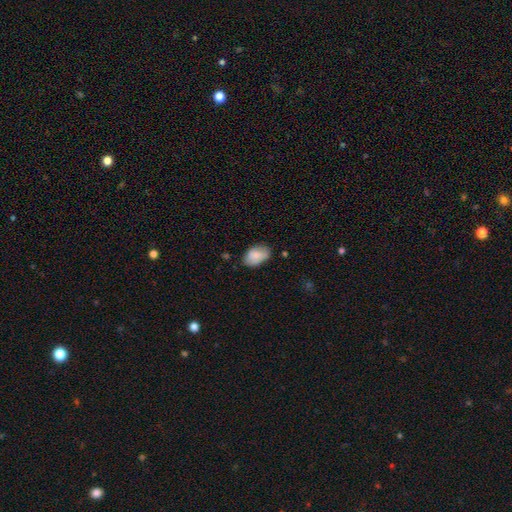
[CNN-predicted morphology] Smooth or featured? Predicted: smooth (p=0.80). How rounded? Predicted: in between (p=0.91). Merging? Predicted: none (p=0.69).